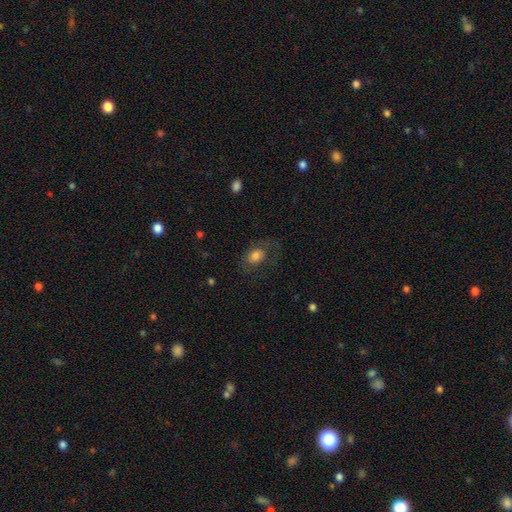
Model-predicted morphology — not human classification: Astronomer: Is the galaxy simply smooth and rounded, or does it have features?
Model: smooth — 66%.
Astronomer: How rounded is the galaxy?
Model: in between — 76%.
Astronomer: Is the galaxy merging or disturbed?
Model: none — 52%.